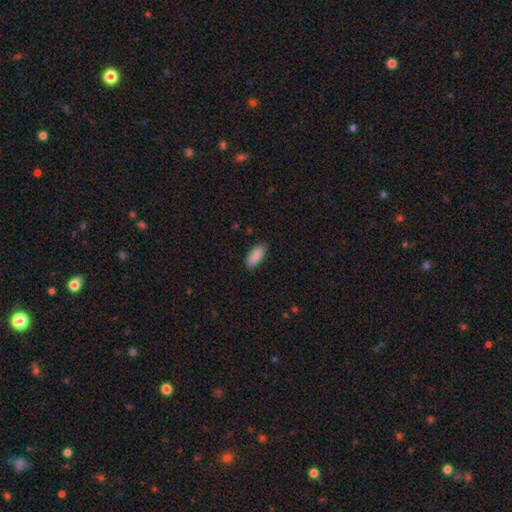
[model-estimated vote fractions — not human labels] Smooth or featured?
  - smooth: 90% *
  - star or artifact: 6%
  - featured or disk: 4%
How rounded?
  - in between: 81% *
  - cigar-shaped: 18%
  - round: 2%
Merging?
  - none: 87% *
  - minor disturbance: 10%
  - major disturbance: 2%
  - merger: 1%